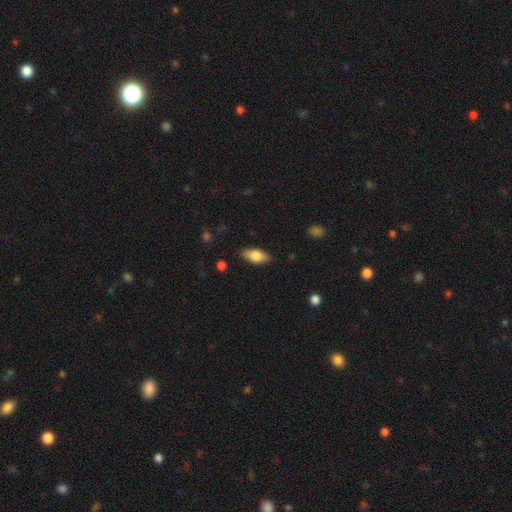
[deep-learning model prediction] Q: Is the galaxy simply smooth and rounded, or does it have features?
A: smooth — 74%.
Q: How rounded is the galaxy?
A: in between — 83%.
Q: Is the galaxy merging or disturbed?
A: none — 87%.